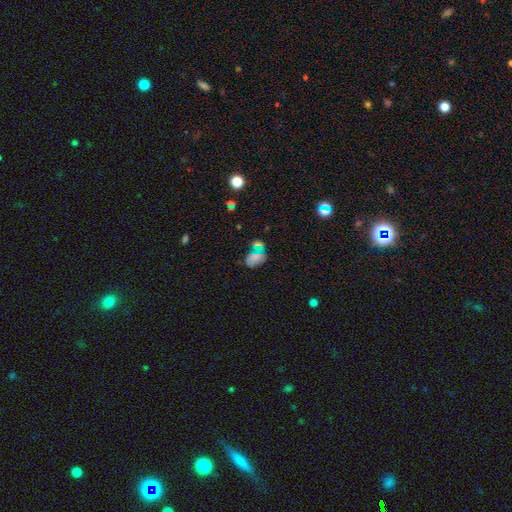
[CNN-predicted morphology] A smooth galaxy with no disk features (68%) that is in between round and cigar-shaped (85%).

Vote fractions:
- Smooth or featured? smooth: 68% / featured or disk: 18% / star or artifact: 15%
- How rounded? in between: 85% / round: 12% / cigar-shaped: 2%
- Merging? none: 38% / merger: 36% / minor disturbance: 18% / major disturbance: 9%